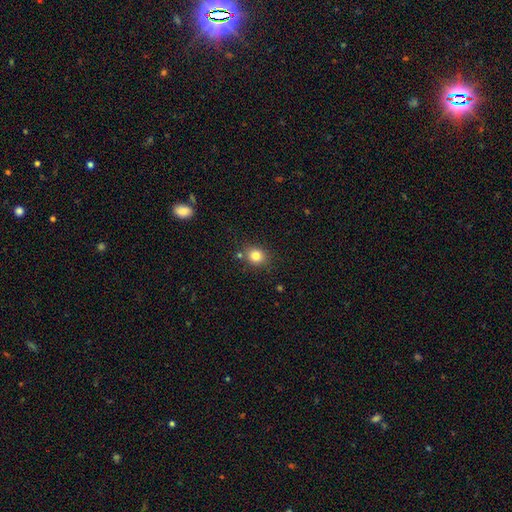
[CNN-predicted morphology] This appears to be a smooth galaxy with no disk features (82%) that is round (72%). Merging: none (79%).